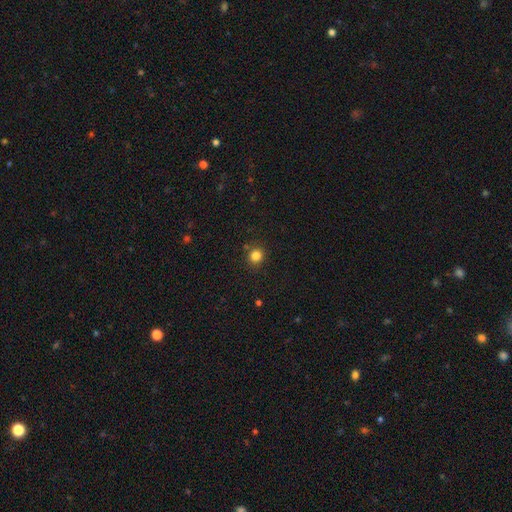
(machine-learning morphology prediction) Smooth or featured? Predicted: smooth (p=0.82). How rounded? Predicted: round (p=0.89). Merging? Predicted: none (p=0.87).